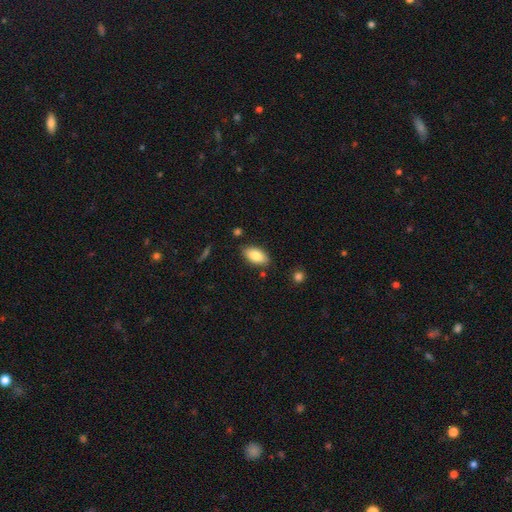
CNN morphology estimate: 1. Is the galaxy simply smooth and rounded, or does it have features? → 85% smooth, 9% featured or disk, 7% star or artifact.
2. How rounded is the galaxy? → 94% in between, 4% cigar-shaped, 3% round.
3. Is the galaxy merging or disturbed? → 83% none, 11% minor disturbance, 3% merger, 2% major disturbance.